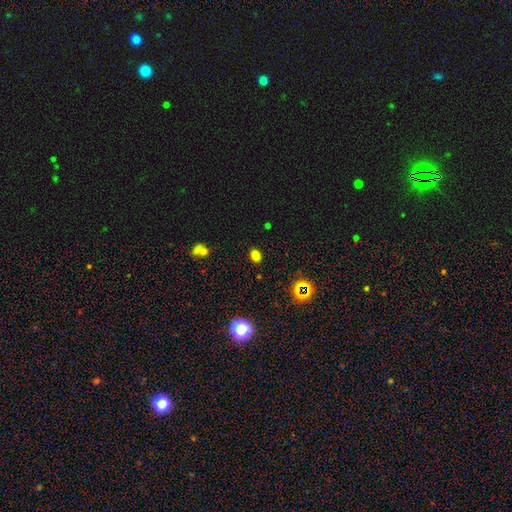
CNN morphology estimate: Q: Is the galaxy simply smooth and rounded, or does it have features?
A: smooth — 73%.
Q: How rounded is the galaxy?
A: in between — 64%.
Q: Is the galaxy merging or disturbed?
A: none — 86%.